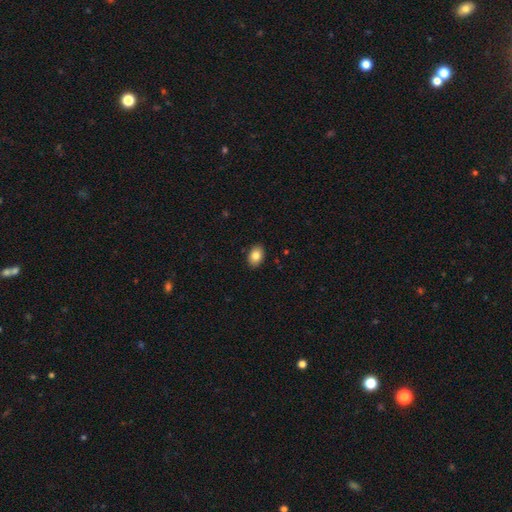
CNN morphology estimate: This is clearly a smooth galaxy (84%). How rounded: clearly in between (81%). Merging: clearly none (89%).